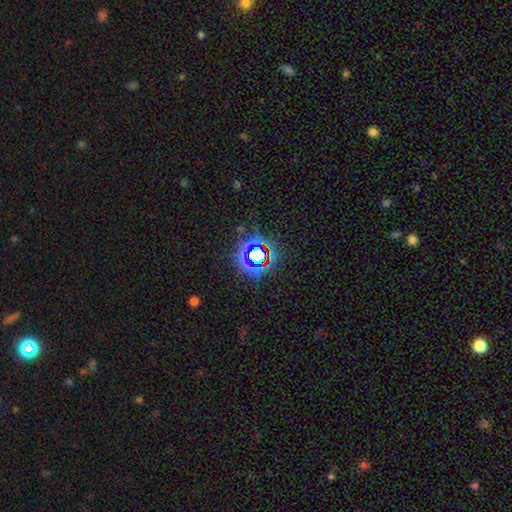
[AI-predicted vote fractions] Overall: star or artifact (72%).